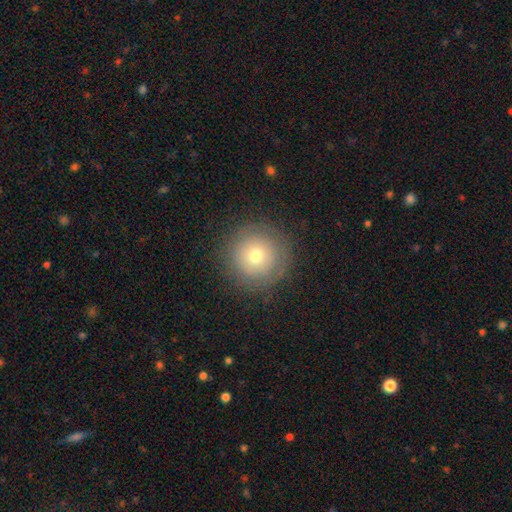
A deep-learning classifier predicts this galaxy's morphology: Smooth or featured? Predicted: smooth (p=0.67). How rounded? Predicted: round (p=0.96). Merging? Predicted: none (p=0.86).